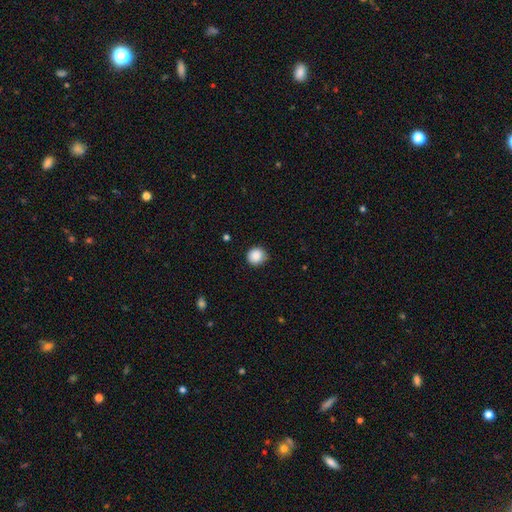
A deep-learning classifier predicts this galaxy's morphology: Smooth or featured?
  - smooth: 88% *
  - star or artifact: 9%
  - featured or disk: 3%
How rounded?
  - round: 89% *
  - in between: 10%
  - cigar-shaped: 1%
Merging?
  - none: 83% *
  - minor disturbance: 13%
  - major disturbance: 3%
  - merger: 1%